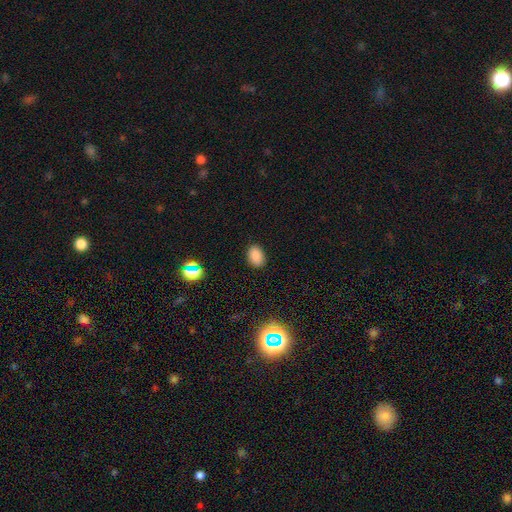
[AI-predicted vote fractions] The model was most divided on "how rounded": in between: 83%, round: 16%, cigar-shaped: 1%. More confident: merging — none (87%); smooth or featured — smooth (84%).